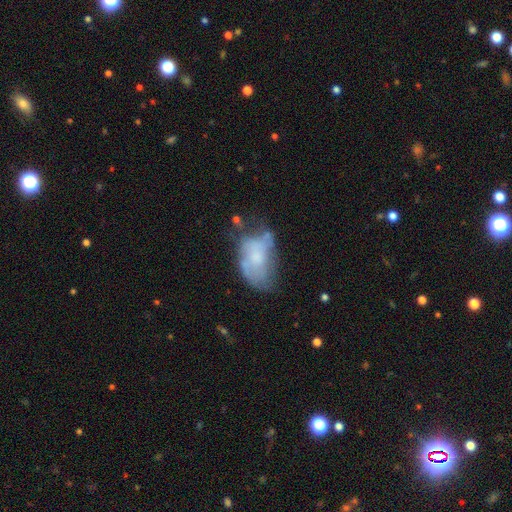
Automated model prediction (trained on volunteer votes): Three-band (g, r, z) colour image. It shows a smooth galaxy with no disk features (45%, tied with featured or disk). Merging: none (31%).